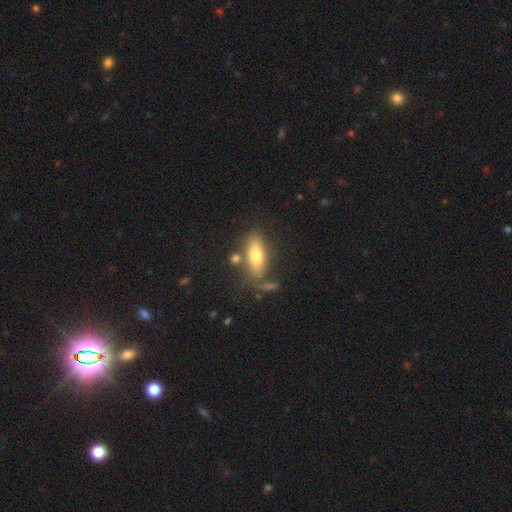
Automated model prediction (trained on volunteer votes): Smooth or featured? smooth (69%)
How rounded? in between (66%)
Merging? none (69%)